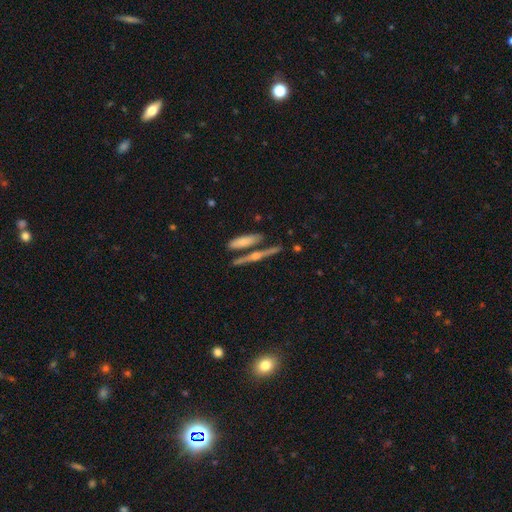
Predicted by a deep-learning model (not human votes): smooth_or_featured: featured or disk (p=0.64) [alt: smooth p=0.28]
disk_edge_on: yes (p=0.94) [alt: no p=0.06]
edge_on_bulge: rounded (p=0.77) [alt: none p=0.15]
merging: none (p=0.72) [alt: merger p=0.16]